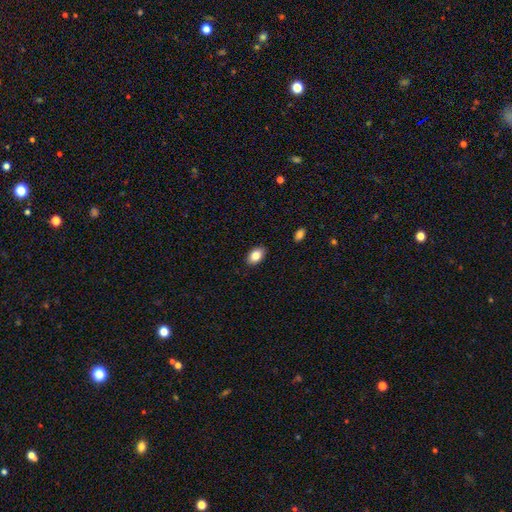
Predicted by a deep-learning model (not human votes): Smooth or featured? Predicted: smooth (p=0.84). How rounded? Predicted: in between (p=0.89). Merging? Predicted: none (p=0.88).